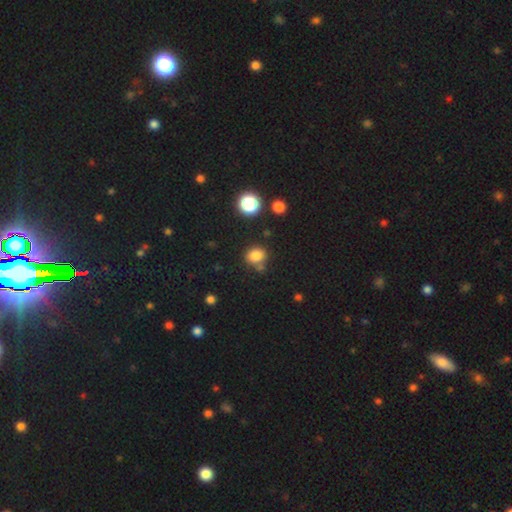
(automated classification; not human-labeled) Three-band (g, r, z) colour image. It shows a smooth galaxy with no disk features (80%) that is round (63%). Merging: none (72%).